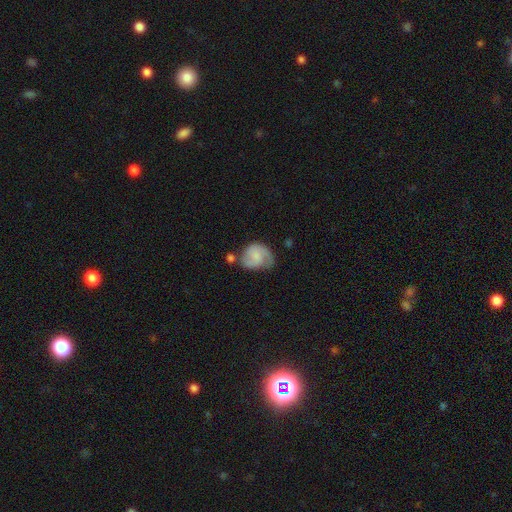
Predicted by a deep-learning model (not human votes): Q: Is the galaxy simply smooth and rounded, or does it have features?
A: featured or disk — 51%.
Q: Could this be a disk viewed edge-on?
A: no — 98%.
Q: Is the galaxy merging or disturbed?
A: none — 44%.